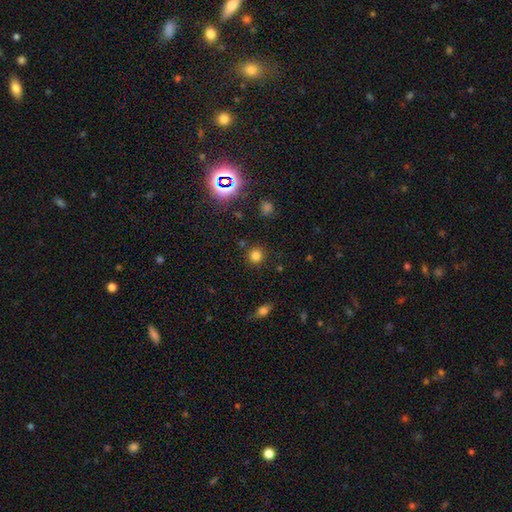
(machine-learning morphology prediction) smooth-or-featured: smooth: 79% | star or artifact: 16% | featured or disk: 5%
  how-rounded: round: 92% | in between: 7% | cigar-shaped: 1%
  merging: none: 88% | minor disturbance: 7% | major disturbance: 3% | merger: 3%